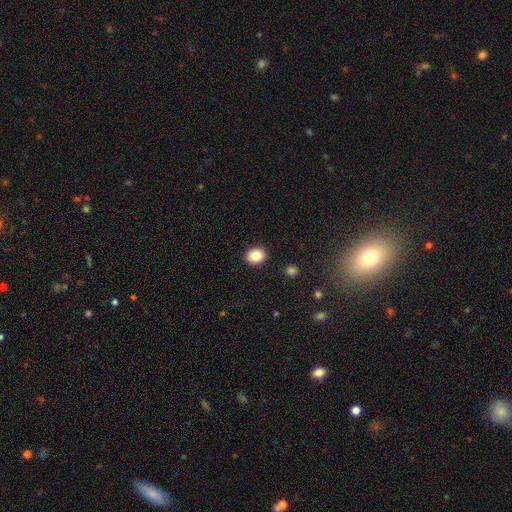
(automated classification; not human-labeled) A smooth galaxy with no disk features (86%) that is round (60%).

Vote fractions:
- Smooth or featured? smooth: 86% / star or artifact: 9% / featured or disk: 5%
- How rounded? round: 60% / in between: 39% / cigar-shaped: 1%
- Merging? none: 91% / minor disturbance: 6% / major disturbance: 2% / merger: 1%